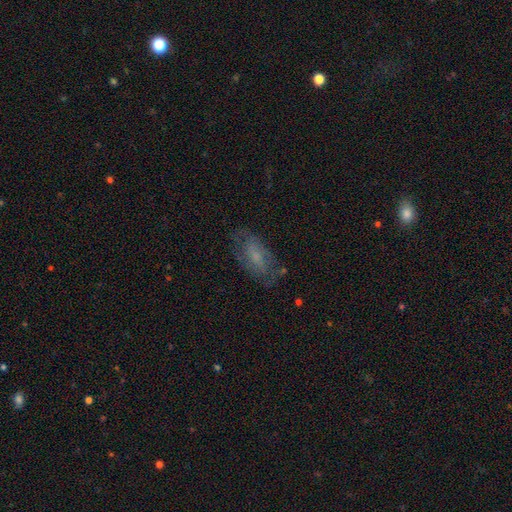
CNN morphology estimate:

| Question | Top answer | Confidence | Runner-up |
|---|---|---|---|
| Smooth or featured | featured or disk | 51% | smooth (39%) |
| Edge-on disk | no | 92% | yes (8%) |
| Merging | none | 67% | minor disturbance (20%) |